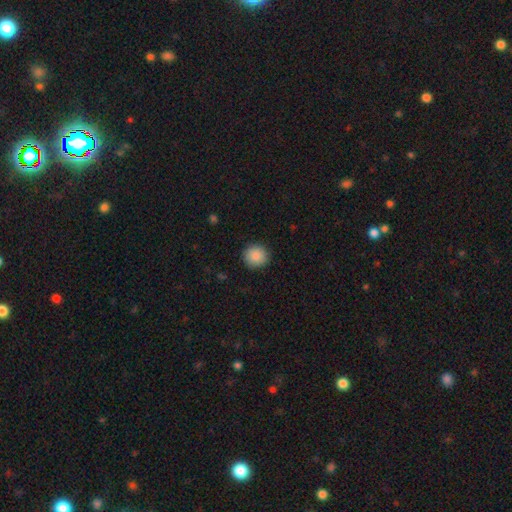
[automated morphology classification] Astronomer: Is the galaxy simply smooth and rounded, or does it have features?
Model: smooth — 88%.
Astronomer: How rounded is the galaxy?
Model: round — 93%.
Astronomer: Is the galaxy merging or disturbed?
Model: none — 91%.